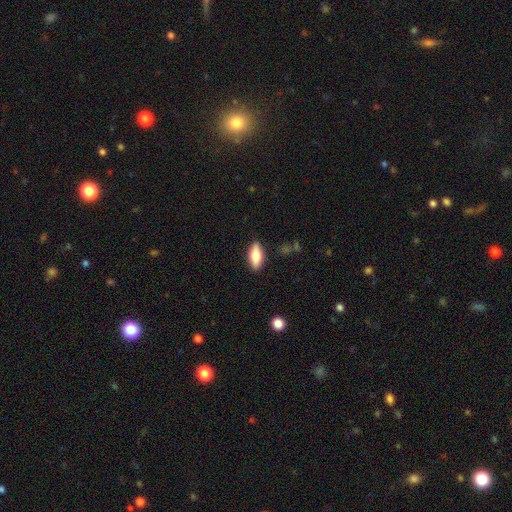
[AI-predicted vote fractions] smooth-or-featured: smooth: 71% | featured or disk: 23% | star or artifact: 7%
  how-rounded: in between: 77% | cigar-shaped: 20% | round: 3%
  merging: none: 87% | minor disturbance: 10% | major disturbance: 2% | merger: 1%